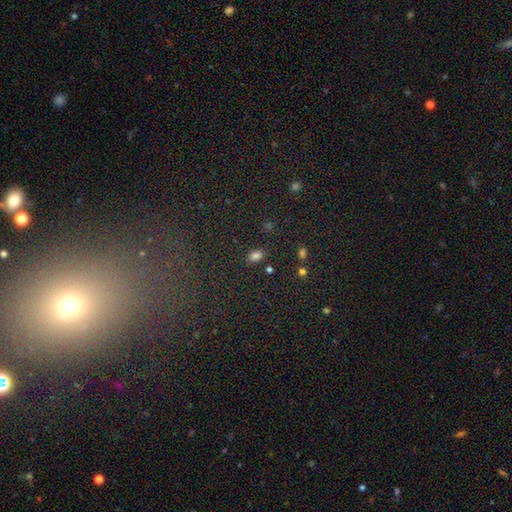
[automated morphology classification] type=smooth (81%); roundness=in between (86%); merging=none (84%).